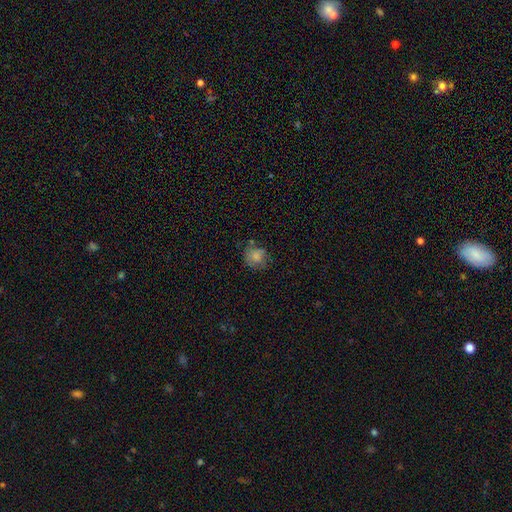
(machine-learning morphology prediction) Q: Smooth or featured?
A: smooth (75%); runner-up: featured or disk (16%)
Q: How rounded?
A: round (77%); runner-up: in between (22%)
Q: Merging?
A: none (59%); runner-up: minor disturbance (26%)